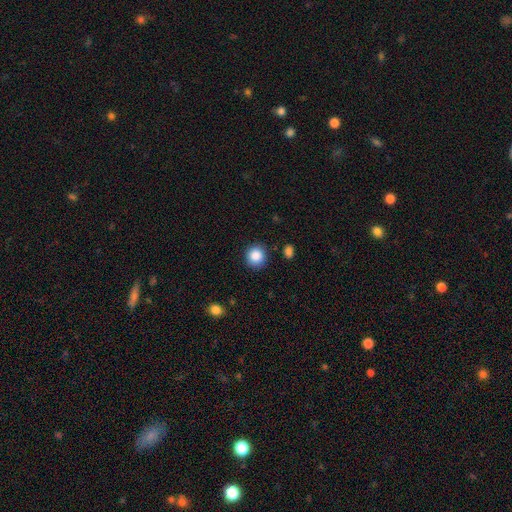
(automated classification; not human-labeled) This appears to be a smooth galaxy with no disk features (87%) that is round (90%). Merging: none (88%).